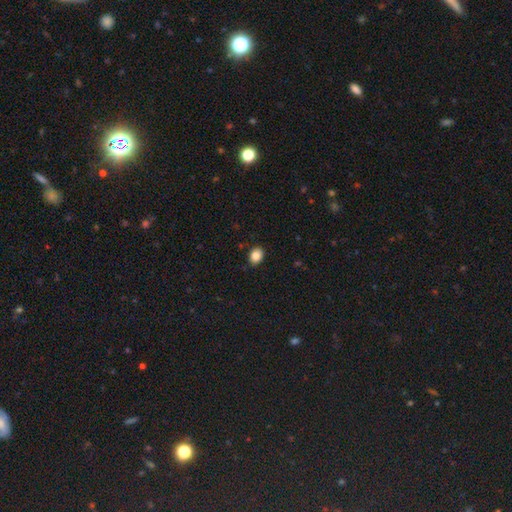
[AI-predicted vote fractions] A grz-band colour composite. It shows a smooth galaxy with no disk features (85%) that is in between round and cigar-shaped (61%). Merging: none (86%).